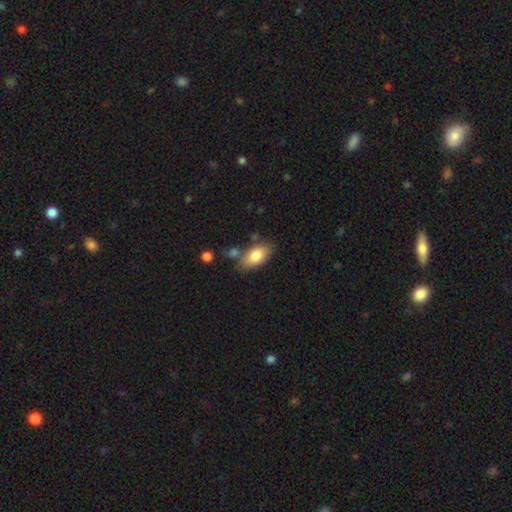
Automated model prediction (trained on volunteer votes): Overall: smooth (81%). How rounded: in between (91%). Merging: none (67%).